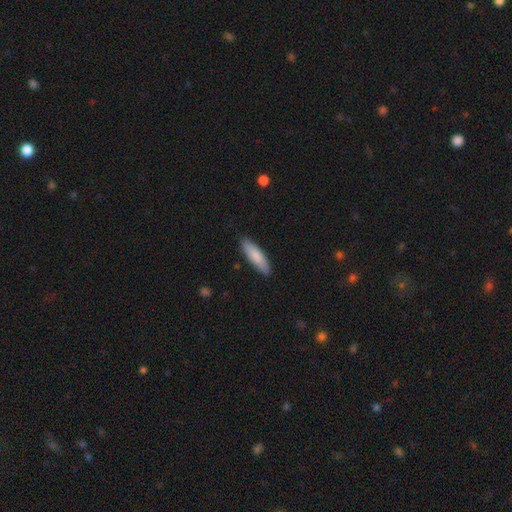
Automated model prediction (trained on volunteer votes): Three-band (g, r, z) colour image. It shows a smooth galaxy with no disk features (82%) that is cigar-shaped (63%). Merging: none (88%).